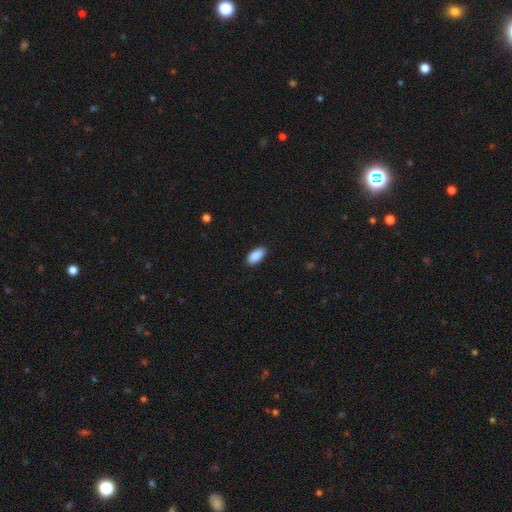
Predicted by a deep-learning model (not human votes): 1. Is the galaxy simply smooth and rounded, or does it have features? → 91% smooth, 6% star or artifact, 3% featured or disk.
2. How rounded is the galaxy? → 92% in between, 6% cigar-shaped, 2% round.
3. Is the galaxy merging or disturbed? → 88% none, 9% minor disturbance, 2% major disturbance, 1% merger.